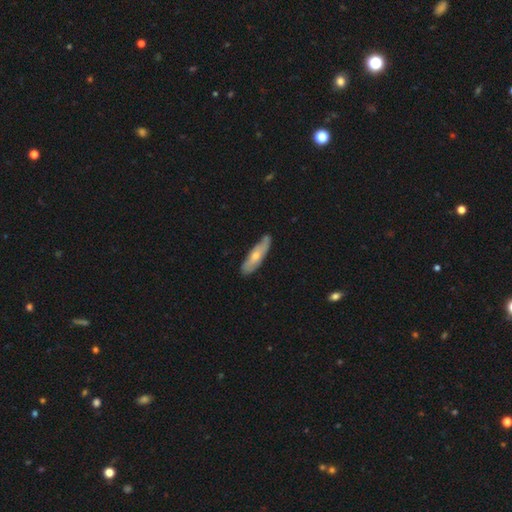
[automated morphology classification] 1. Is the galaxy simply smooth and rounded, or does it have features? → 48% smooth, 46% featured or disk, 6% star or artifact.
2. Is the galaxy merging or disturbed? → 78% none, 18% minor disturbance, 3% major disturbance, 2% merger.